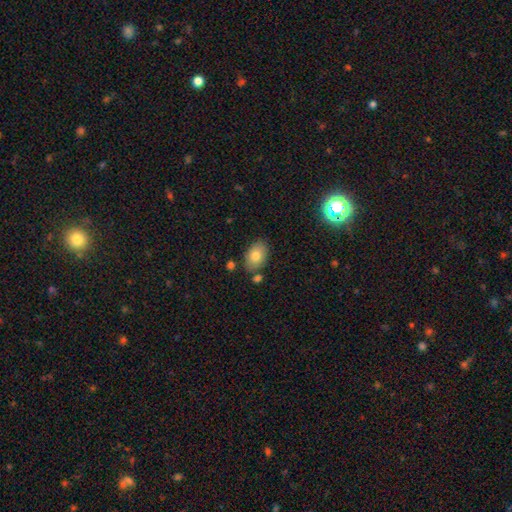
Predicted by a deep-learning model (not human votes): Q: Smooth or featured?
A: smooth (80%); runner-up: featured or disk (12%)
Q: How rounded?
A: in between (88%); runner-up: round (11%)
Q: Merging?
A: none (78%); runner-up: minor disturbance (14%)